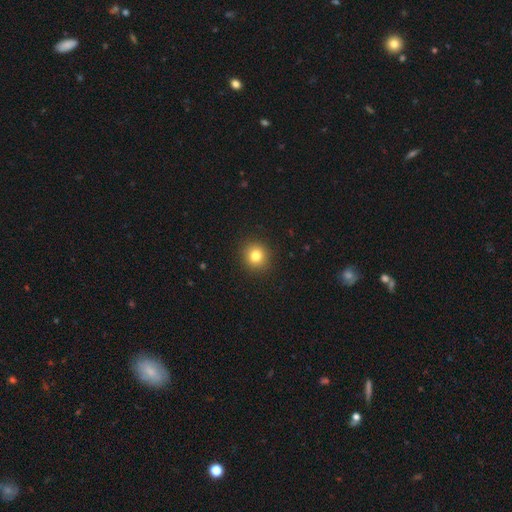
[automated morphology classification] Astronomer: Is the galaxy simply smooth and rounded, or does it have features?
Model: smooth — 81%.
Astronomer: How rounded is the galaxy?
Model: round — 91%.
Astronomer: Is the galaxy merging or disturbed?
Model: none — 92%.